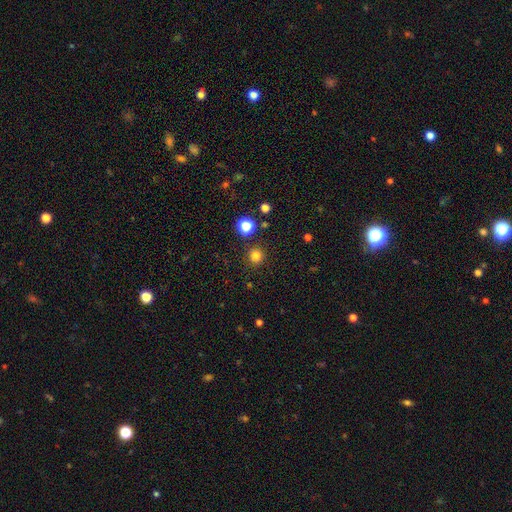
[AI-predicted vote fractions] Smooth or featured: smooth — 81% (star or artifact — 15%)
How rounded: round — 93% (in between — 6%)
Merging: none — 89% (minor disturbance — 6%)